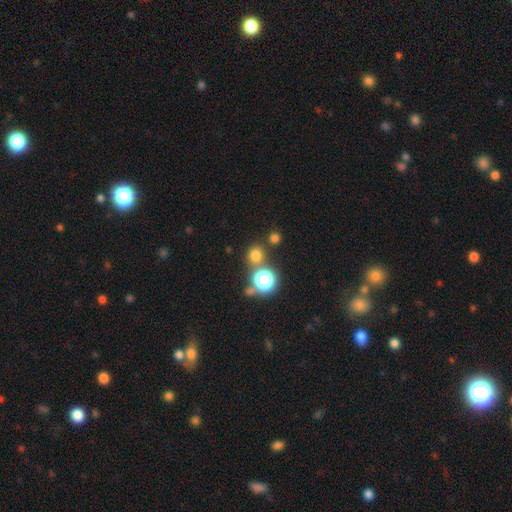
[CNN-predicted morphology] smooth_or_featured: smooth (p=0.69) [alt: star or artifact p=0.25]
how_rounded: round (p=0.88) [alt: in between p=0.11]
merging: none (p=0.75) [alt: merger p=0.13]